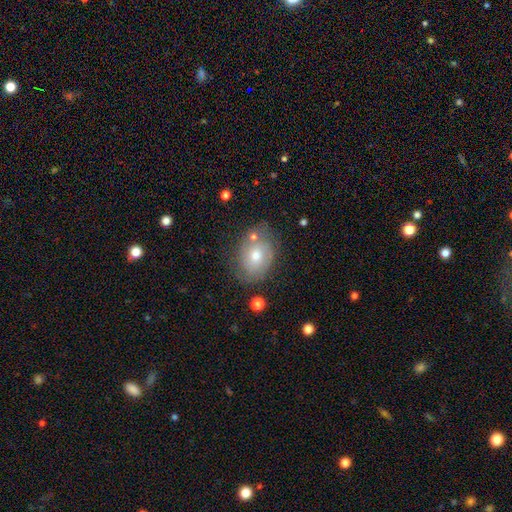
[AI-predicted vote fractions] smooth-or-featured: smooth: 52% | featured or disk: 38% | star or artifact: 10%
  how-rounded: in between: 64% | round: 35% | cigar-shaped: 1%
  merging: none: 68% | minor disturbance: 20% | merger: 6% | major disturbance: 6%